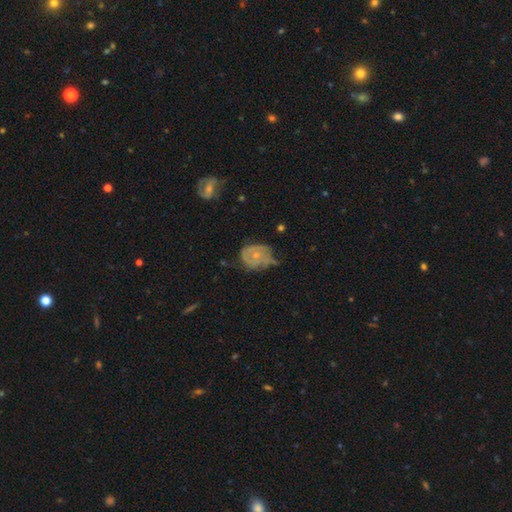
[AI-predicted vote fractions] This appears to be a featured or disk galaxy (68%) with no bar (81%), tight (58%) spiral arms (80%) and a small central bulge (68%). Merging: none (50%).